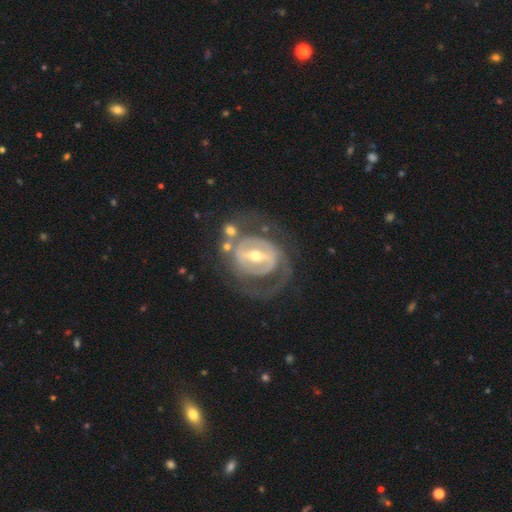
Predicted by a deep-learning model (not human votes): Q: Smooth or featured?
A: featured or disk (84%); runner-up: smooth (11%)
Q: Edge-on disk?
A: no (95%); runner-up: yes (5%)
Q: Bar?
A: strong (58%); runner-up: weak (31%)
Q: Spiral arms?
A: yes (71%); runner-up: no (29%)
Q: Spiral winding?
A: tight (51%); runner-up: medium (34%)
Q: Spiral arm count?
A: 2 (60%); runner-up: can't tell (23%)
Q: Bulge size?
A: moderate (60%); runner-up: small (33%)
Q: Merging?
A: none (60%); runner-up: major disturbance (17%)